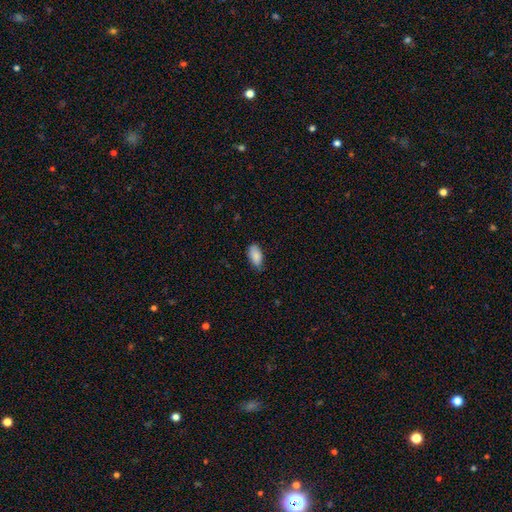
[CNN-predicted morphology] smooth_or_featured: smooth (p=0.86) [alt: featured or disk p=0.07]
how_rounded: in between (p=0.93) [alt: cigar-shaped p=0.03]
merging: none (p=0.70) [alt: minor disturbance p=0.26]